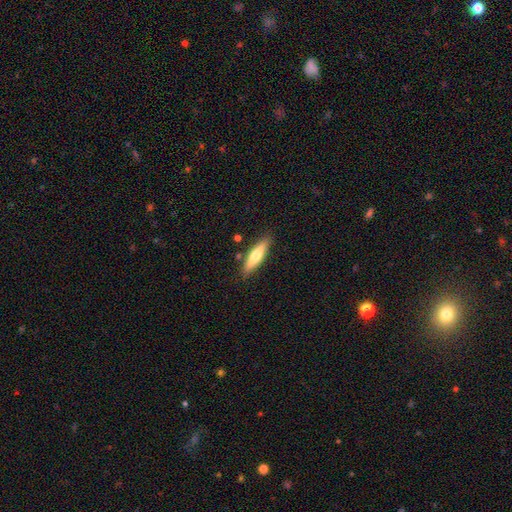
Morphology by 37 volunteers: Overall: smooth (59%; featured or disk 38%). How rounded: cigar-shaped (91%). Merging: none (81%).